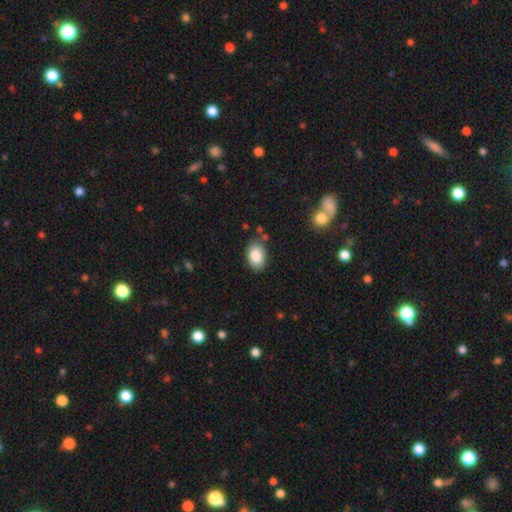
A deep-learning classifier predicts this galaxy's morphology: A smooth galaxy with no disk features (87%) that is in between round and cigar-shaped (90%).

Vote fractions:
- Smooth or featured? smooth: 87% / star or artifact: 7% / featured or disk: 6%
- How rounded? in between: 90% / round: 9% / cigar-shaped: 1%
- Merging? none: 78% / minor disturbance: 15% / merger: 4% / major disturbance: 3%